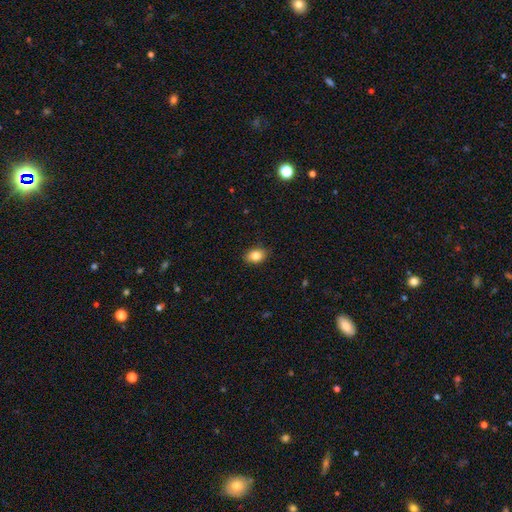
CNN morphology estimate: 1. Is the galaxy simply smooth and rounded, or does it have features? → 84% smooth, 9% star or artifact, 7% featured or disk.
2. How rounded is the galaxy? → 77% in between, 22% round, 1% cigar-shaped.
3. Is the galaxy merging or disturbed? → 87% none, 10% minor disturbance, 2% major disturbance, 1% merger.